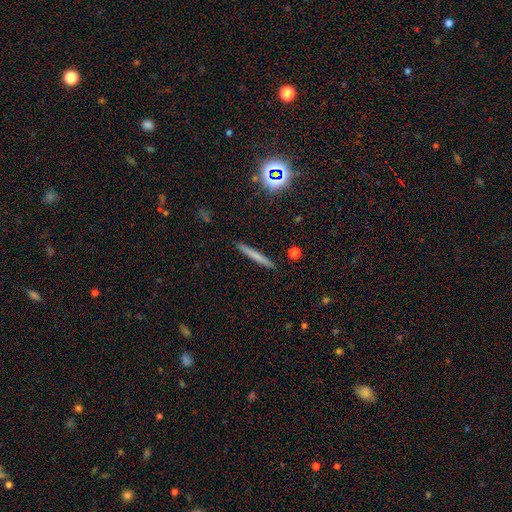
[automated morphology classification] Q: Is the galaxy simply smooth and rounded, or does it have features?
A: smooth — 65%.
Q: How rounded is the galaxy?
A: cigar-shaped — 95%.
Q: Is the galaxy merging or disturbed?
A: none — 90%.